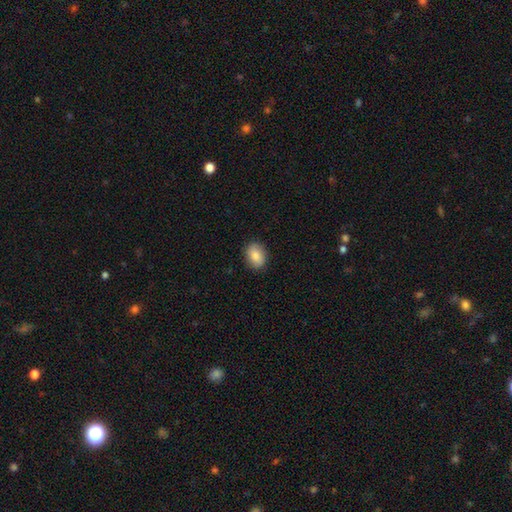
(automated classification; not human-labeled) A smooth galaxy with no disk features (84%) that is in between round and cigar-shaped (70%).

Vote fractions:
- Smooth or featured? smooth: 84% / featured or disk: 9% / star or artifact: 7%
- How rounded? in between: 70% / round: 29% / cigar-shaped: 1%
- Merging? none: 89% / minor disturbance: 9% / major disturbance: 2% / merger: 1%